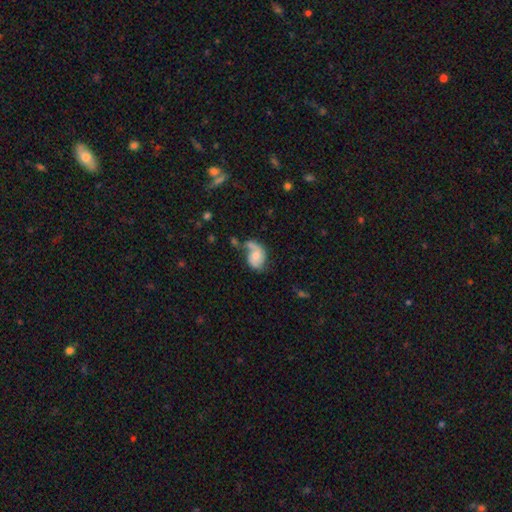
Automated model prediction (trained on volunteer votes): Smooth or featured: featured or disk — 61% (smooth — 32%)
Edge-on disk: no — 97% (yes — 3%)
Bar: no — 67% (weak — 28%)
Spiral arms: yes — 85% (no — 15%)
Spiral winding: loose — 43% (medium — 39%)
Spiral arm count: 2 — 70% (1 — 20%)
Bulge size: moderate — 56% (small — 32%)
Merging: none — 37% (minor disturbance — 26%)